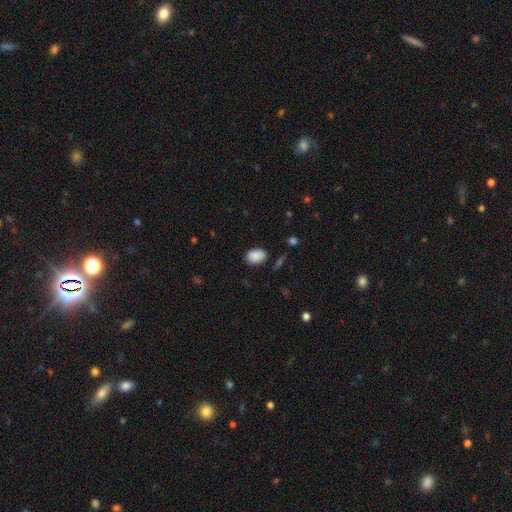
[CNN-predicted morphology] This appears to be a smooth galaxy with no disk features (88%) that is in between round and cigar-shaped (81%). Merging: none (78%).